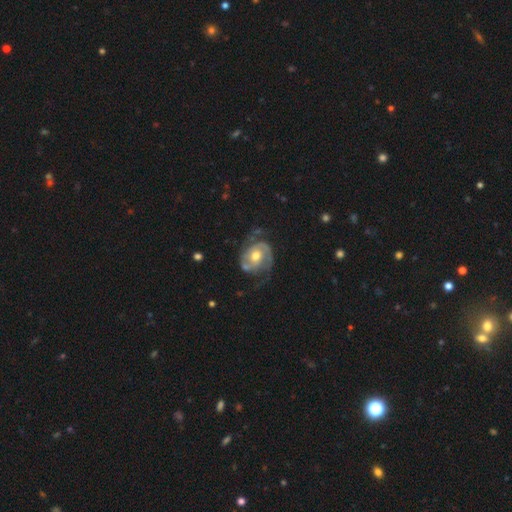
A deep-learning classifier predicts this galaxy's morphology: type=featured or disk (86%); edge-on=no (98%); bar=no (68%); spiral arms=yes (94%); winding=medium (42%, tied with tight); arm count=2 (83%); bulge=moderate (75%); merging=none (61%).